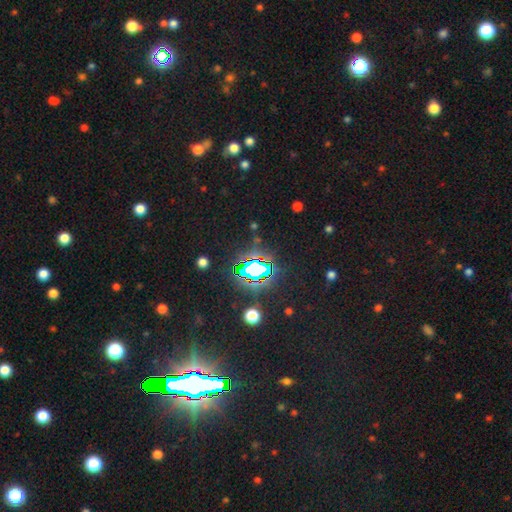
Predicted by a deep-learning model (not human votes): This is likely a star or artifact rather than a galaxy (76%).